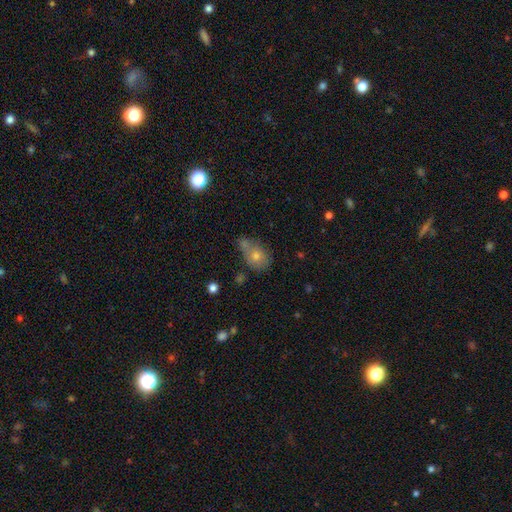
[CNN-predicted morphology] Smooth or featured?
  - smooth: 65% *
  - featured or disk: 20%
  - star or artifact: 15%
How rounded?
  - in between: 54% *
  - round: 44%
  - cigar-shaped: 2%
Merging?
  - none: 42% *
  - merger: 30%
  - minor disturbance: 19%
  - major disturbance: 8%